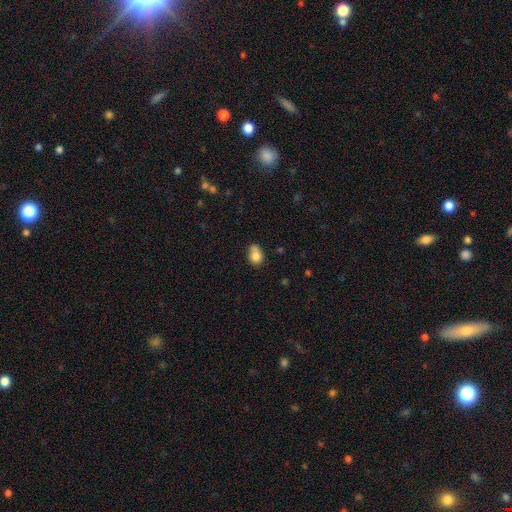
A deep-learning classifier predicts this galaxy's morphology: The model was most divided on "merging": none: 50%, minor disturbance: 34%, major disturbance: 9%, merger: 7%. More confident: smooth or featured — smooth (81%); how rounded — in between (70%).